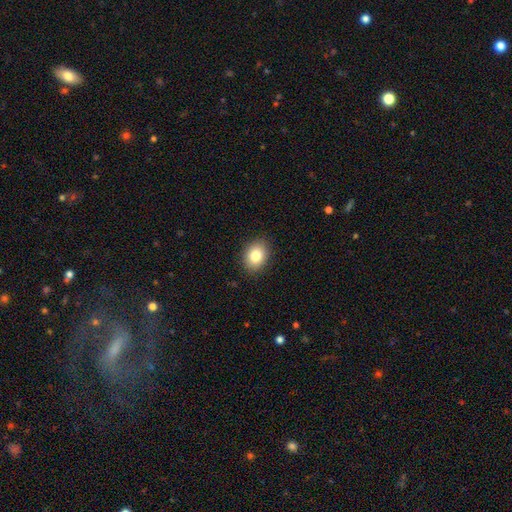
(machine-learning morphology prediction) Smooth or featured?
  - smooth: 83% *
  - star or artifact: 9%
  - featured or disk: 8%
How rounded?
  - in between: 63% *
  - round: 36%
  - cigar-shaped: 1%
Merging?
  - none: 89% *
  - minor disturbance: 8%
  - major disturbance: 2%
  - merger: 1%